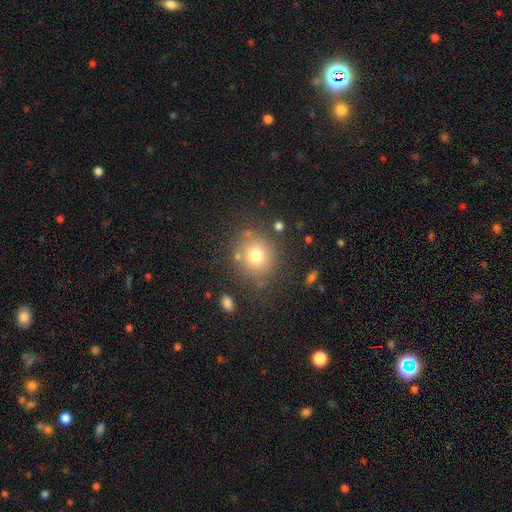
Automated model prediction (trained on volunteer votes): Smooth or featured?
  - smooth: 74% *
  - star or artifact: 13%
  - featured or disk: 13%
How rounded?
  - round: 83% *
  - in between: 17%
  - cigar-shaped: 1%
Merging?
  - none: 77% *
  - minor disturbance: 12%
  - major disturbance: 5%
  - merger: 5%